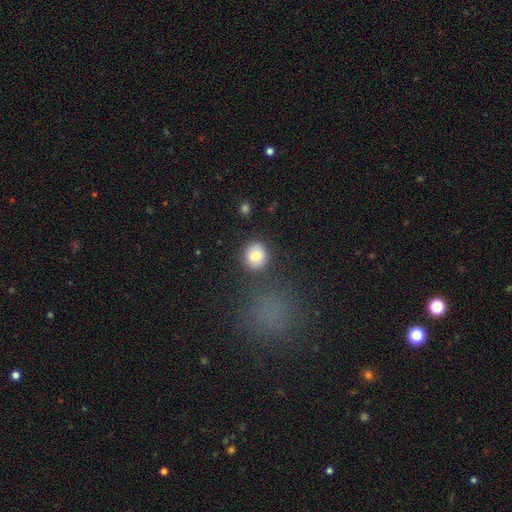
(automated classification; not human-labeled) Smooth or featured? smooth (80%)
How rounded? round (84%)
Merging? none (83%)